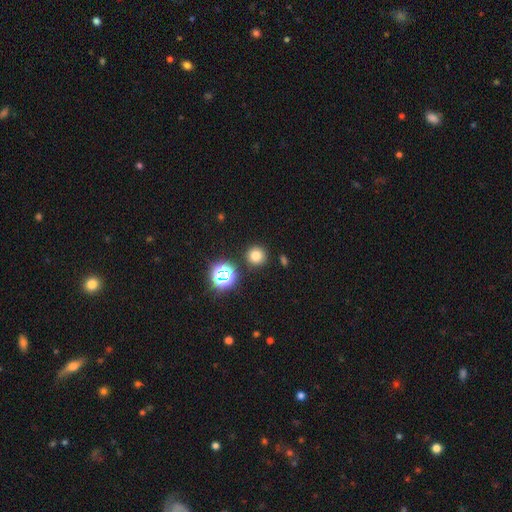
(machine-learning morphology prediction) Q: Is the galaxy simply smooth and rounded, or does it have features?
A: smooth — 72%.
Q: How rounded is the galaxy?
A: round — 91%.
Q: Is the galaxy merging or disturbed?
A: none — 86%.